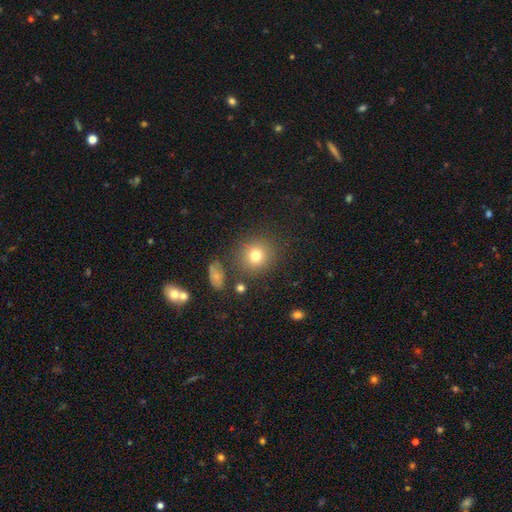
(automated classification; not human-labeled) A smooth galaxy with no disk features (76%) that is round (88%).

Vote fractions:
- Smooth or featured? smooth: 76% / star or artifact: 14% / featured or disk: 10%
- How rounded? round: 88% / in between: 11% / cigar-shaped: 1%
- Merging? none: 83% / minor disturbance: 9% / merger: 4% / major disturbance: 4%